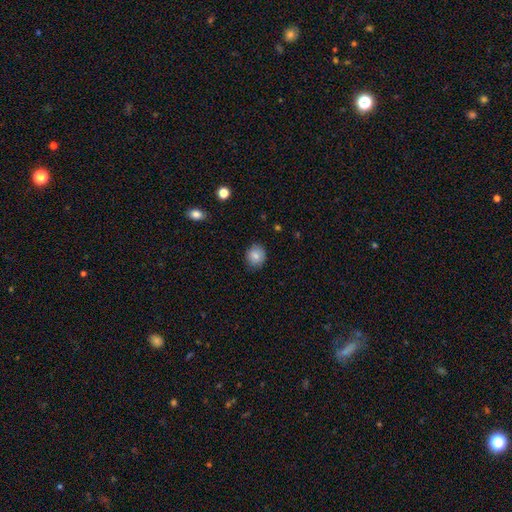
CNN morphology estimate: This is clearly a smooth galaxy (82%). How rounded: likely round (79%). Merging: clearly none (82%).